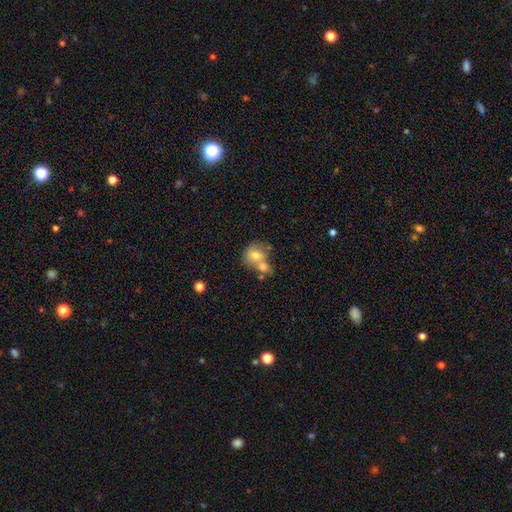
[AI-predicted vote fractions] This appears to be a smooth galaxy with no disk features (70%) that is round (69%). Merging: merger (53%).